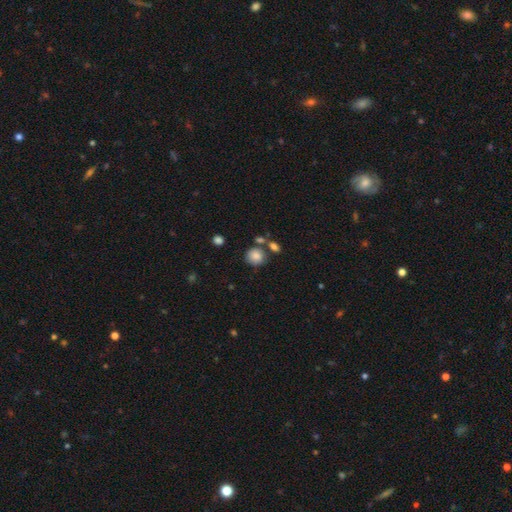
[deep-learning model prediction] A smooth galaxy with no disk features (83%) that is round (79%).

Vote fractions:
- Smooth or featured? smooth: 83% / star or artifact: 9% / featured or disk: 8%
- How rounded? round: 79% / in between: 20% / cigar-shaped: 1%
- Merging? none: 63% / merger: 17% / minor disturbance: 15% / major disturbance: 5%